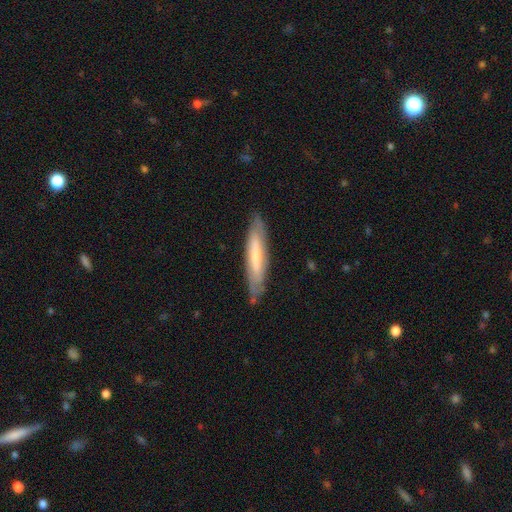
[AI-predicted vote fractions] This appears to be a smooth galaxy with no disk features (48%). Merging: none (82%).